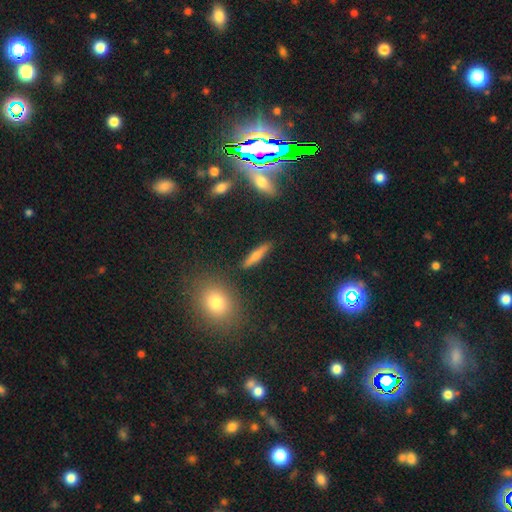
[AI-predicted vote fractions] The model was most divided on "smooth or featured": smooth: 47%, featured or disk: 42%, star or artifact: 11%. More confident: merging — none (87%).